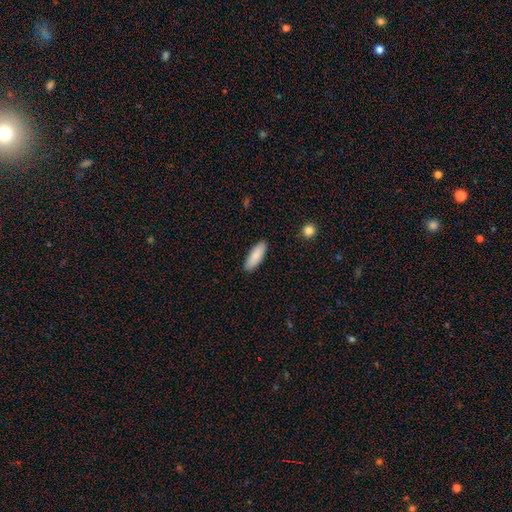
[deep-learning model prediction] A smooth galaxy with no disk features (86%) that is in between round and cigar-shaped (64%). Merging: none (89%).